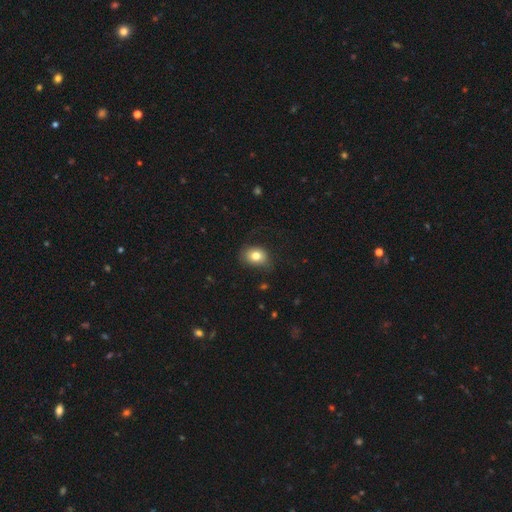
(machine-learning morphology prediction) A smooth galaxy with no disk features (79%) that is in between round and cigar-shaped (59%).

Vote fractions:
- Smooth or featured? smooth: 79% / featured or disk: 11% / star or artifact: 10%
- How rounded? in between: 59% / round: 40% / cigar-shaped: 1%
- Merging? none: 73% / minor disturbance: 20% / major disturbance: 6% / merger: 1%